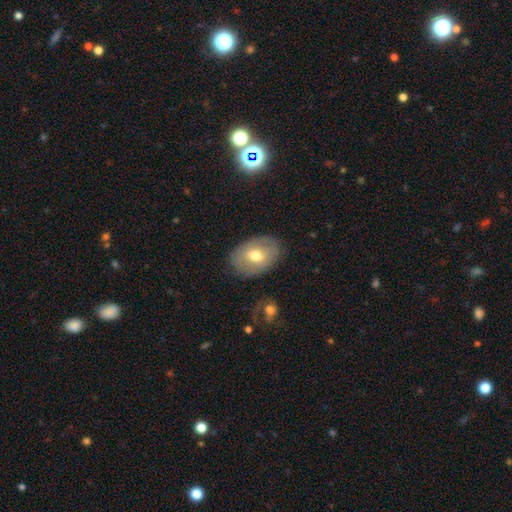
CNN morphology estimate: smooth-or-featured: smooth: 58% | featured or disk: 34% | star or artifact: 8%
  how-rounded: in between: 82% | round: 17% | cigar-shaped: 1%
  merging: none: 81% | minor disturbance: 14% | major disturbance: 4% | merger: 2%